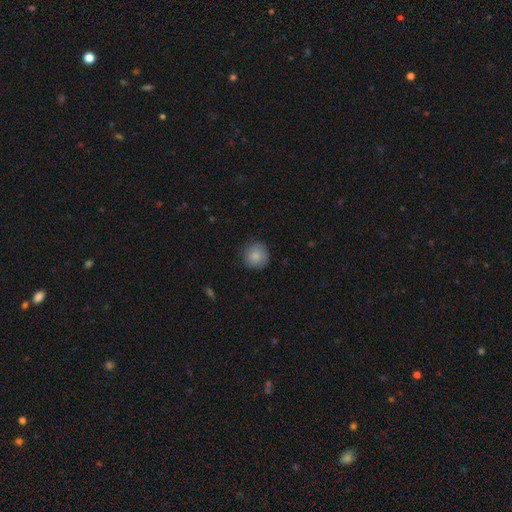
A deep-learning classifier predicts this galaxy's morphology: A smooth galaxy with no disk features (85%) that is round (94%). Merging: none (86%).